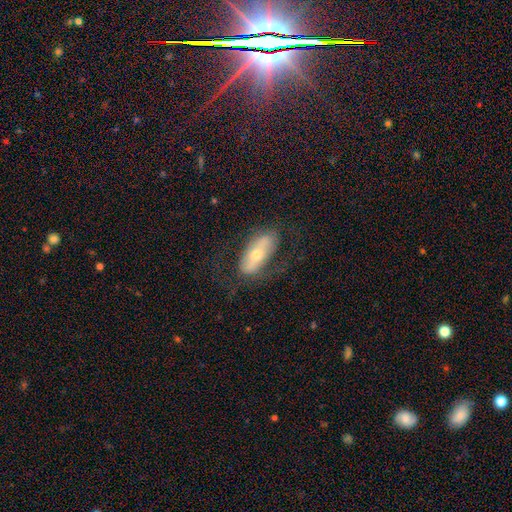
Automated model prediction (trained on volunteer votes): Overall: featured or disk (57%; smooth 36%). Edge-on disk: no (80%). Merging: none (67%).